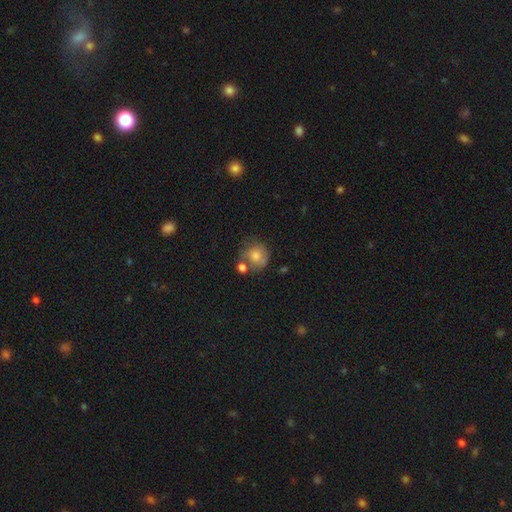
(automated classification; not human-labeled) The model was most divided on "merging": none: 52%, minor disturbance: 21%, merger: 19%, major disturbance: 9%. More confident: how rounded — round (82%); smooth or featured — smooth (69%).